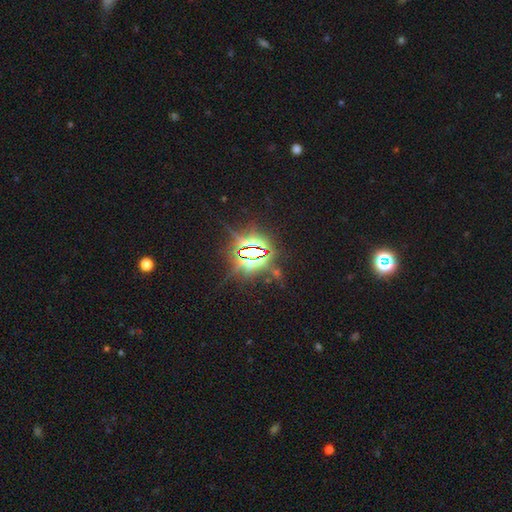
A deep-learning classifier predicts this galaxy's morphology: This appears to be a star or artifact, not a galaxy (83%).